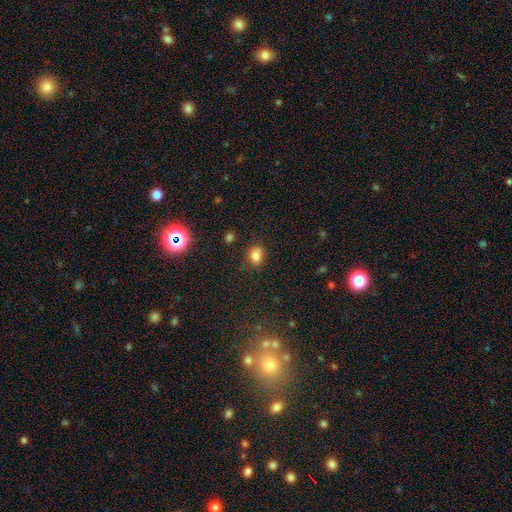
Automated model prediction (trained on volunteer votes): smooth-or-featured: smooth: 80% | star or artifact: 14% | featured or disk: 6%
  how-rounded: round: 50% | in between: 49% | cigar-shaped: 1%
  merging: none: 78% | minor disturbance: 16% | major disturbance: 4% | merger: 3%